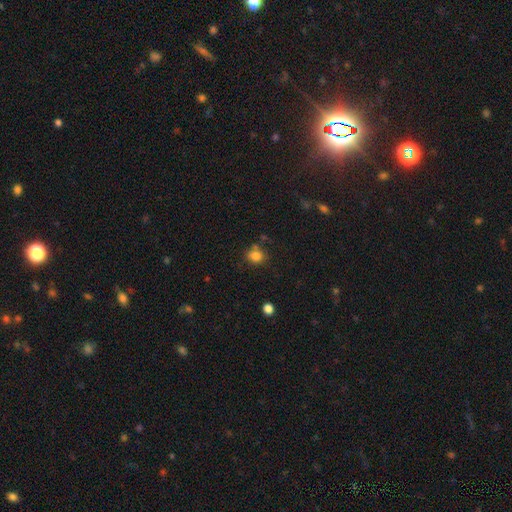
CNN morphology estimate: A smooth galaxy with no disk features (81%) that is round (66%).

Vote fractions:
- Smooth or featured? smooth: 81% / star or artifact: 12% / featured or disk: 7%
- How rounded? round: 66% / in between: 33% / cigar-shaped: 1%
- Merging? none: 69% / minor disturbance: 16% / merger: 11% / major disturbance: 4%